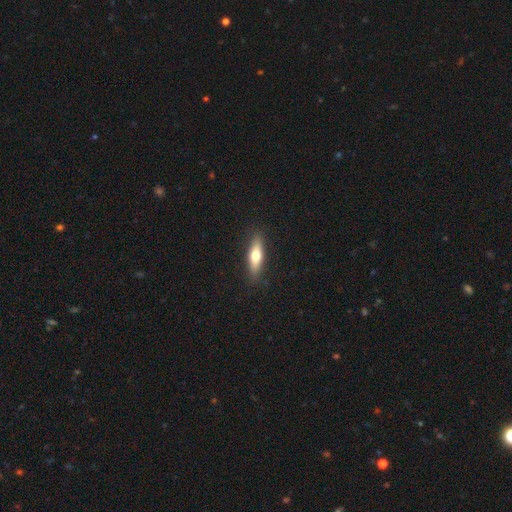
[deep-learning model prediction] Q: Smooth or featured?
A: smooth (60%); runner-up: featured or disk (34%)
Q: How rounded?
A: cigar-shaped (57%); runner-up: in between (40%)
Q: Merging?
A: none (88%); runner-up: minor disturbance (9%)